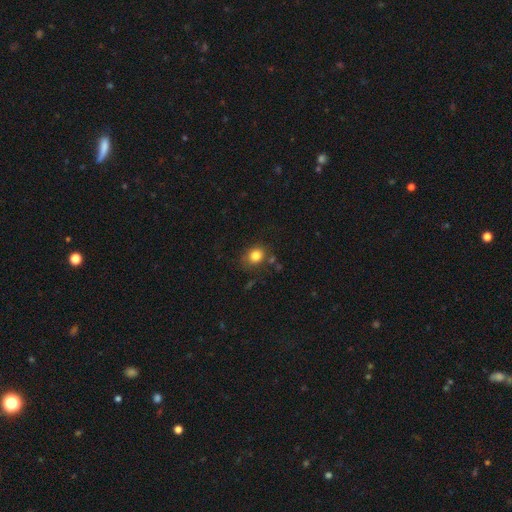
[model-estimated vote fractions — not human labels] A smooth galaxy with no disk features (82%) that is round (55%). Merging: none (74%).